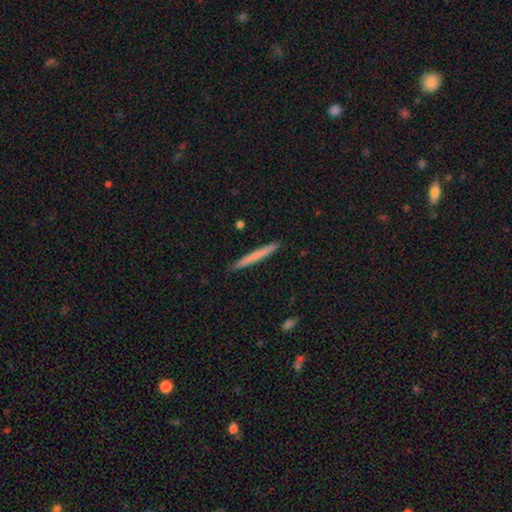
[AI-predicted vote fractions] Smooth or featured? Predicted: smooth (p=0.68). How rounded? Predicted: cigar-shaped (p=0.97). Merging? Predicted: none (p=0.92).